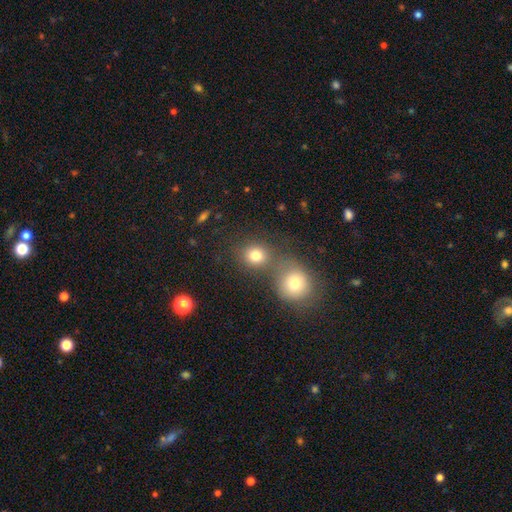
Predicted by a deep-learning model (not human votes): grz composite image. It shows a smooth galaxy with no disk features (79%) that is round (79%). Merging: none (53%).